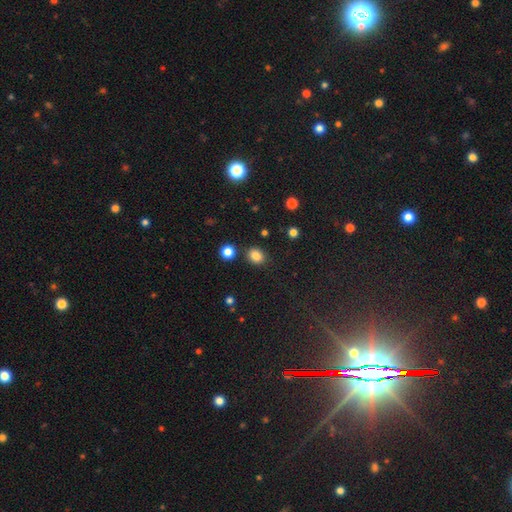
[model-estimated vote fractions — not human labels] A smooth galaxy with no disk features (83%) that is round (54%). Merging: none (82%).